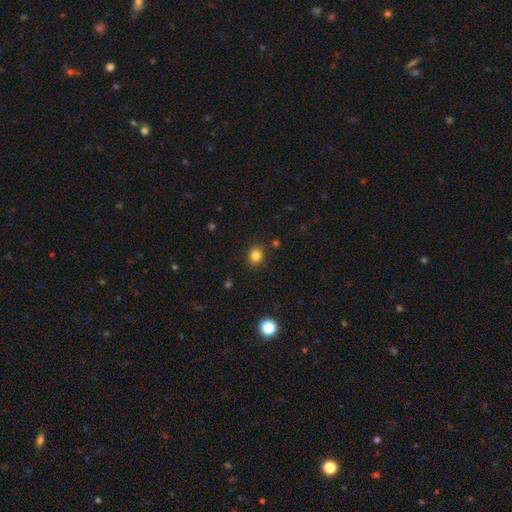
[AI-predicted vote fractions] Q: Smooth or featured?
A: smooth (83%); runner-up: star or artifact (12%)
Q: How rounded?
A: round (65%); runner-up: in between (34%)
Q: Merging?
A: none (89%); runner-up: minor disturbance (7%)